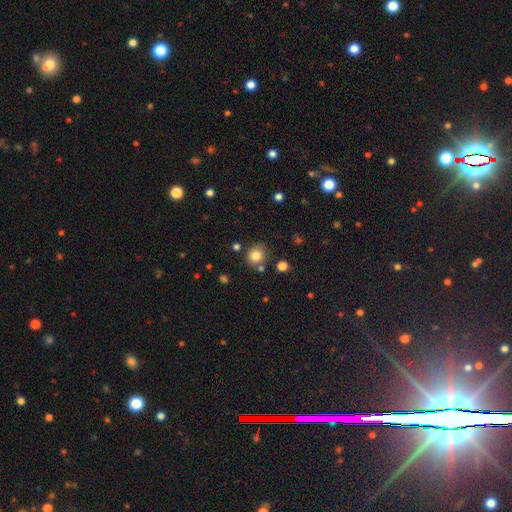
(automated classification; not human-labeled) Morphology: type=smooth (81%); roundness=round (83%); merging=none (75%).